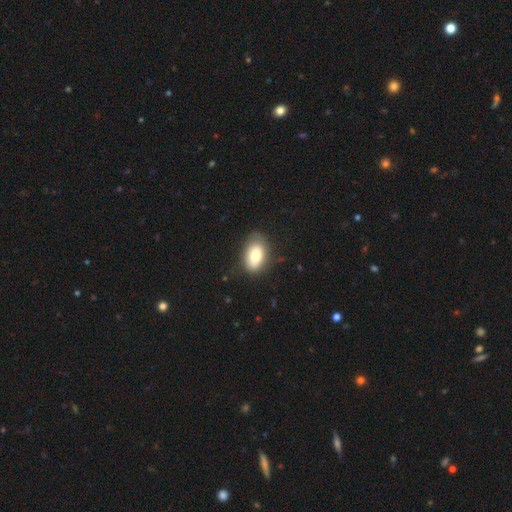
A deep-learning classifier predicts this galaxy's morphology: This appears to be a smooth galaxy with no disk features (72%) that is in between round and cigar-shaped (87%). Merging: none (71%).